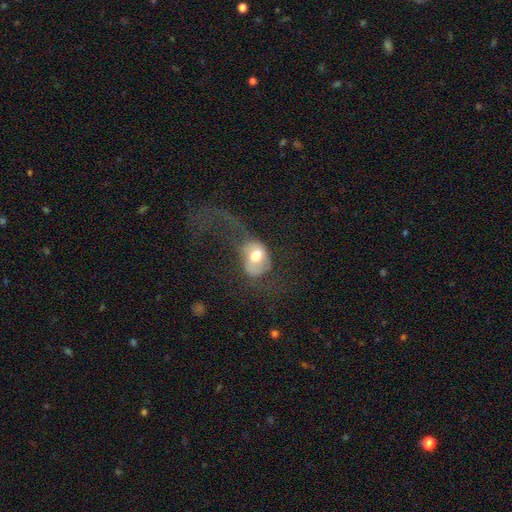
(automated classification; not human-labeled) Q: Smooth or featured?
A: smooth (59%); runner-up: featured or disk (34%)
Q: How rounded?
A: in between (64%); runner-up: round (35%)
Q: Merging?
A: major disturbance (55%); runner-up: none (23%)